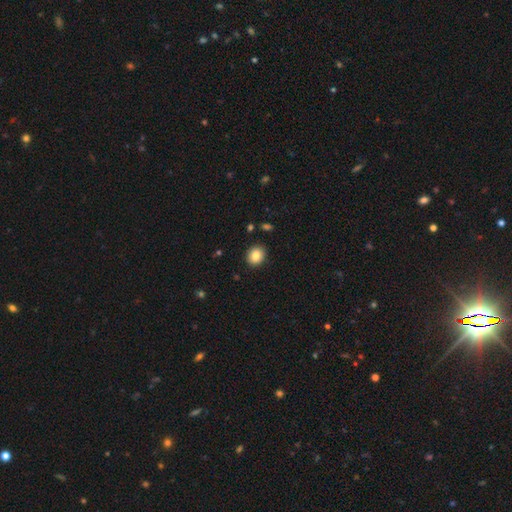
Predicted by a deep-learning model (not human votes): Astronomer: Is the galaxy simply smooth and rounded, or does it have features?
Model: smooth — 85%.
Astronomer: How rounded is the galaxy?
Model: round — 66%.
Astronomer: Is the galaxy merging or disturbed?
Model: none — 90%.